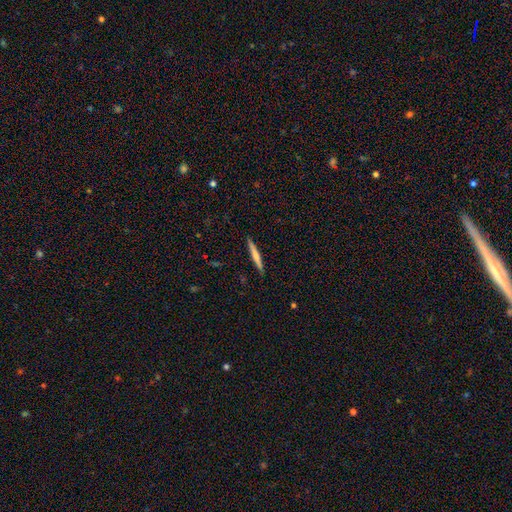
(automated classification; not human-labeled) The model was most divided on "smooth or featured": smooth: 56%, featured or disk: 38%, star or artifact: 6%. More confident: how rounded — cigar-shaped (95%); merging — none (91%).